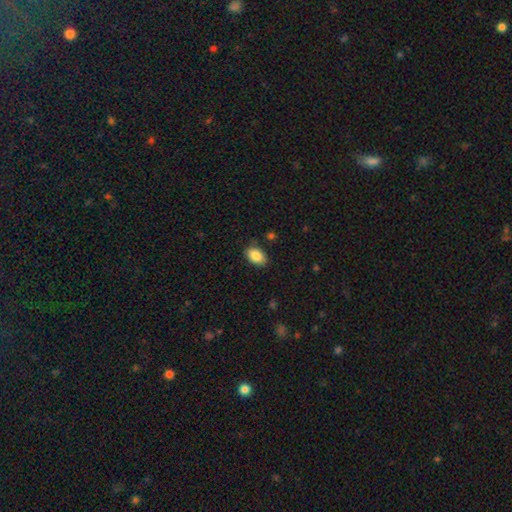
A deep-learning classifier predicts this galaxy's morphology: This is clearly a smooth galaxy (87%). How rounded: clearly in between (89%). Merging: clearly none (83%).